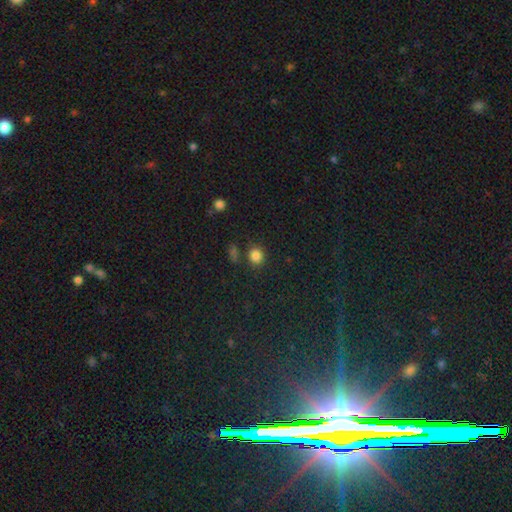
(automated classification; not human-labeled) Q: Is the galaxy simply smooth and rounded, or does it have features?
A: smooth — 83%.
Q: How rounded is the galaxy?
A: round — 80%.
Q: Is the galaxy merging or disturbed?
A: none — 78%.